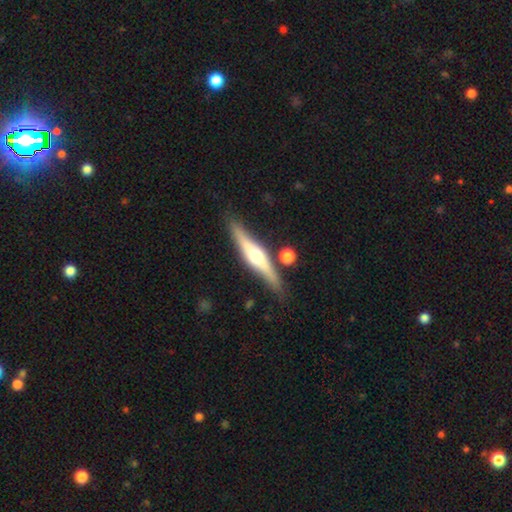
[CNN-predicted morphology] The model was most divided on "smooth or featured": featured or disk: 68%, smooth: 26%, star or artifact: 5%. More confident: edge-on disk — yes (95%); edge-on bulge — rounded (91%); merging — none (81%).